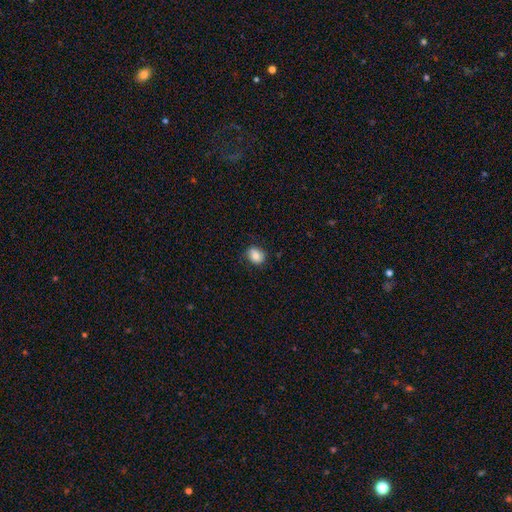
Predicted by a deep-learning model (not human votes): Q: Smooth or featured?
A: smooth (82%); runner-up: featured or disk (10%)
Q: How rounded?
A: in between (59%); runner-up: round (40%)
Q: Merging?
A: none (76%); runner-up: minor disturbance (18%)